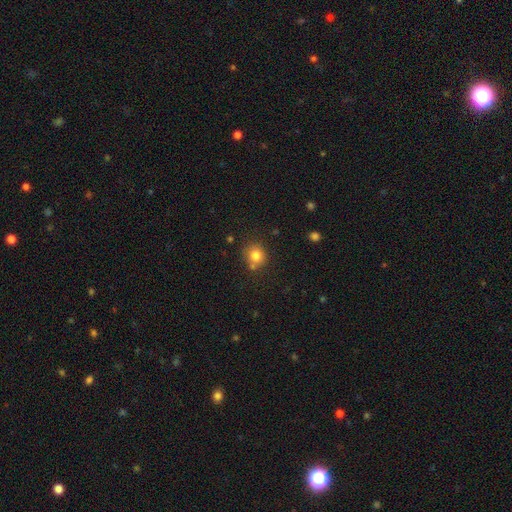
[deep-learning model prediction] Smooth or featured? smooth (80%)
How rounded? round (85%)
Merging? none (71%)